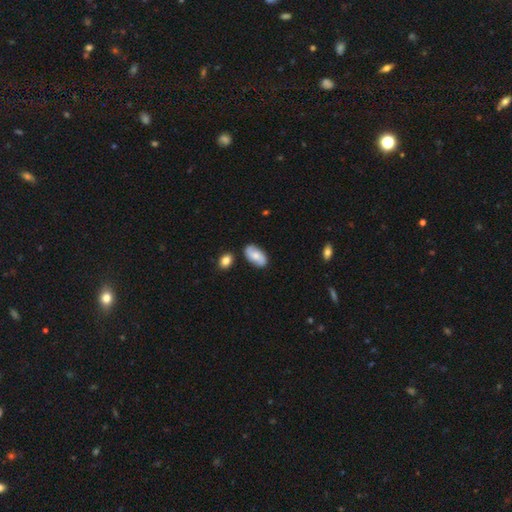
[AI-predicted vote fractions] A smooth galaxy with no disk features (54%) that is in between round and cigar-shaped (93%).

Vote fractions:
- Smooth or featured? smooth: 54% / featured or disk: 39% / star or artifact: 7%
- How rounded? in between: 93% / round: 4% / cigar-shaped: 3%
- Merging? none: 78% / minor disturbance: 14% / merger: 5% / major disturbance: 3%